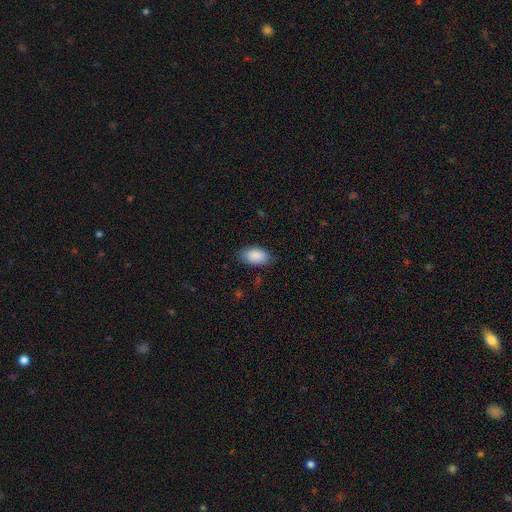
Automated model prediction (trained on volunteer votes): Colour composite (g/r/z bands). It shows a smooth galaxy with no disk features (89%) that is in between round and cigar-shaped (94%). Merging: none (81%).